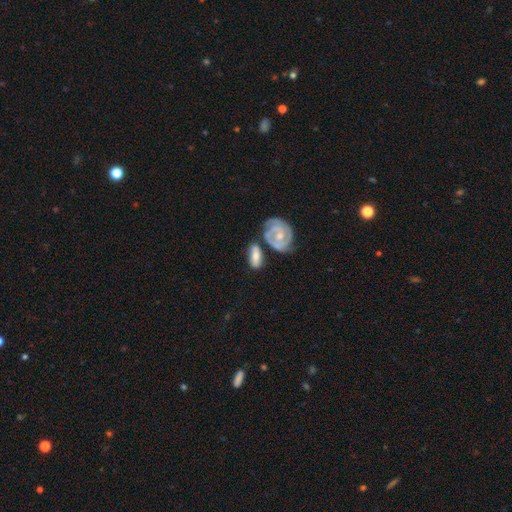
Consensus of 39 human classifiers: Volunteers were most divided on "bulge size": moderate: 53%, small: 37%, dominant: 5%, large: 5%, none: 0%. More confident: spiral arms — yes (84%); edge-on disk — no (83%); bar — no (63%); spiral winding — tight (62%); smooth or featured — featured or disk (59%); spiral arm count — 2 (56%); merging — none (56%).